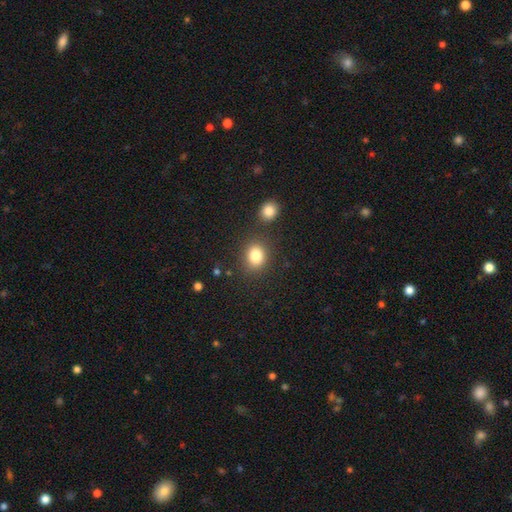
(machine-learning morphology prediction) A smooth galaxy with no disk features (83%) that is round (64%).

Vote fractions:
- Smooth or featured? smooth: 83% / star or artifact: 11% / featured or disk: 6%
- How rounded? round: 64% / in between: 35% / cigar-shaped: 1%
- Merging? none: 78% / minor disturbance: 10% / merger: 9% / major disturbance: 4%